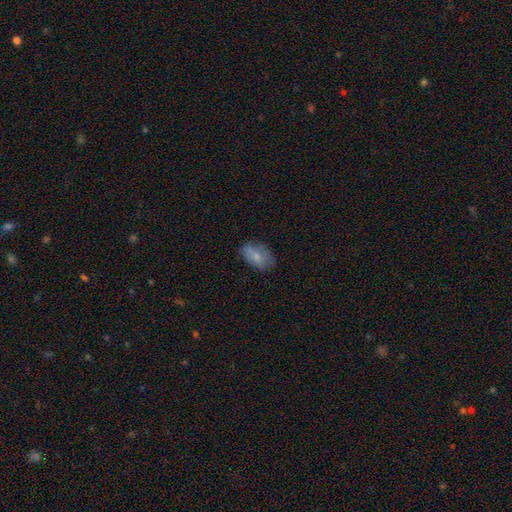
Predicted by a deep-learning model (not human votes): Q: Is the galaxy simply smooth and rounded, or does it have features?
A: smooth — 73%.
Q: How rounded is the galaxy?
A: in between — 91%.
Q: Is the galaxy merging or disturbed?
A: none — 67%.